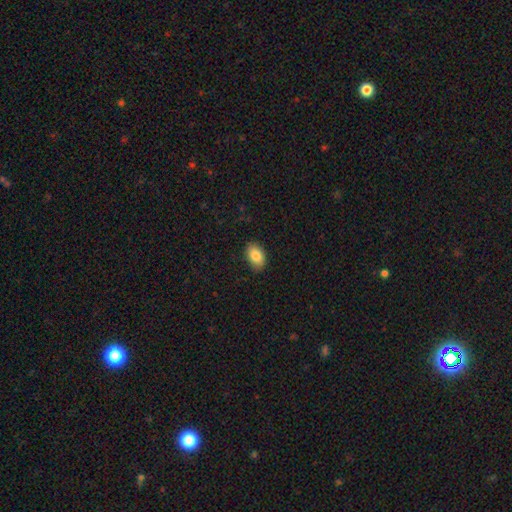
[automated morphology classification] Smooth or featured? smooth (85%)
How rounded? in between (90%)
Merging? none (85%)